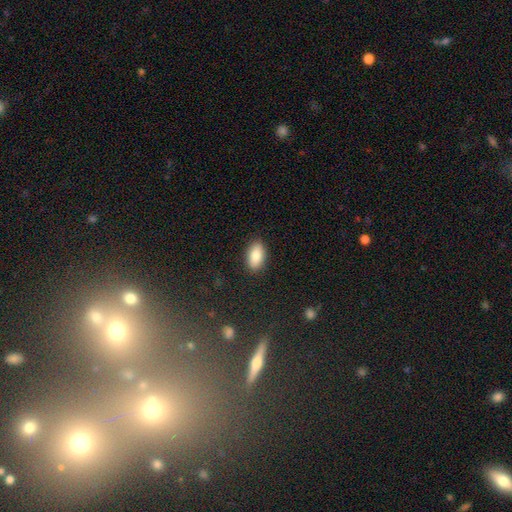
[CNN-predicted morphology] smooth_or_featured: smooth (p=0.85) [alt: featured or disk p=0.08]
how_rounded: in between (p=0.92) [alt: cigar-shaped p=0.04]
merging: none (p=0.89) [alt: minor disturbance p=0.08]